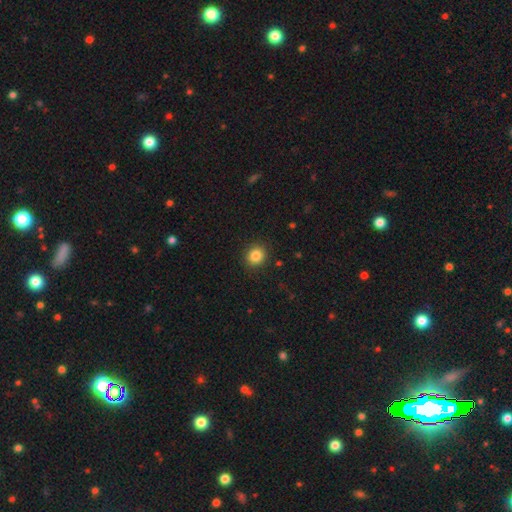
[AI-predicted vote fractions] Smooth or featured? smooth (85%)
How rounded? round (82%)
Merging? none (90%)